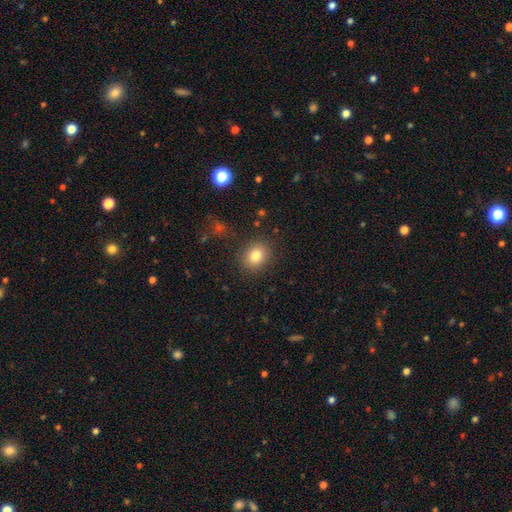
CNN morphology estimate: This is clearly a smooth galaxy (80%). How rounded: possibly round (55%). Merging: clearly none (87%).